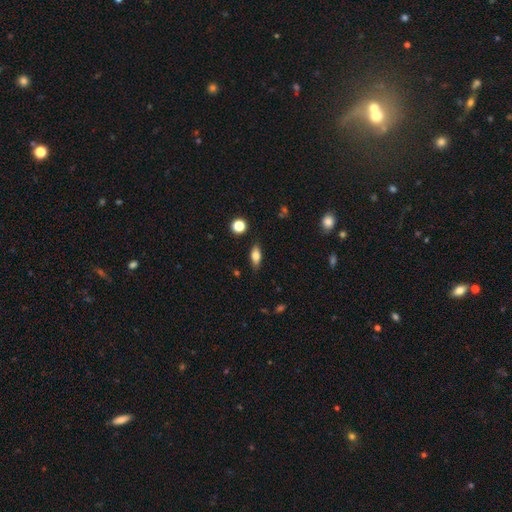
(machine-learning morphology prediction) This is likely a smooth galaxy (76%). How rounded: likely in between (78%). Merging: clearly none (84%).